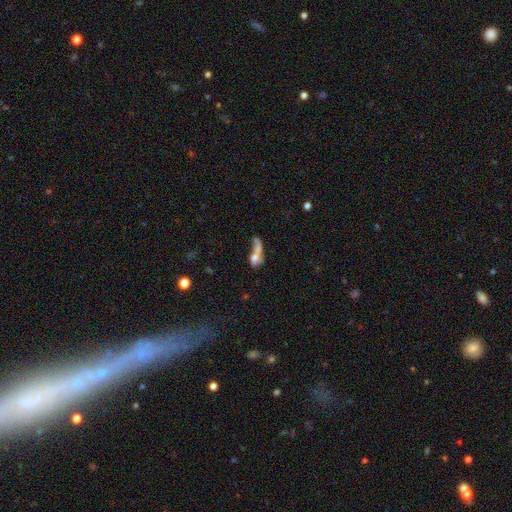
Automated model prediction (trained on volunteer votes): Smooth or featured? smooth (52%)
How rounded? in between (57%)
Merging? merger (46%)